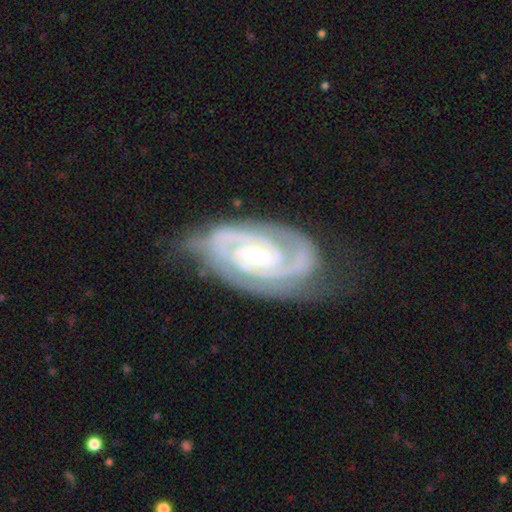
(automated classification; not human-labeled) Smooth or featured: featured or disk — 92% (star or artifact — 4%)
Edge-on disk: no — 97% (yes — 3%)
Bar: no — 50% (weak — 33%)
Spiral arms: yes — 98% (no — 2%)
Spiral winding: tight — 75% (medium — 22%)
Spiral arm count: 2 — 68% (3 — 15%)
Bulge size: small — 69% (moderate — 27%)
Merging: none — 69% (minor disturbance — 21%)